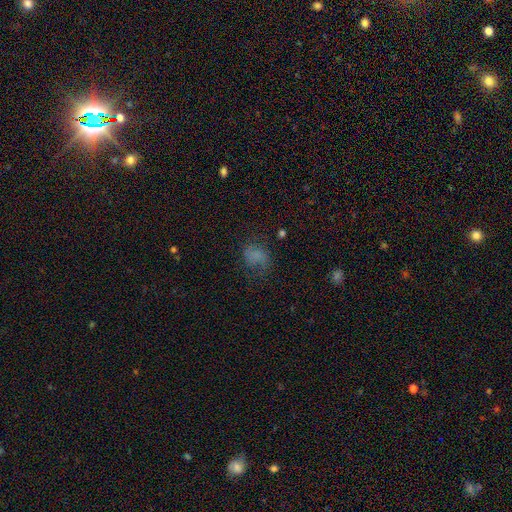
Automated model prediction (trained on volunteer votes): Morphology: type=smooth (60%); roundness=in between (58%); merging=none (52%).